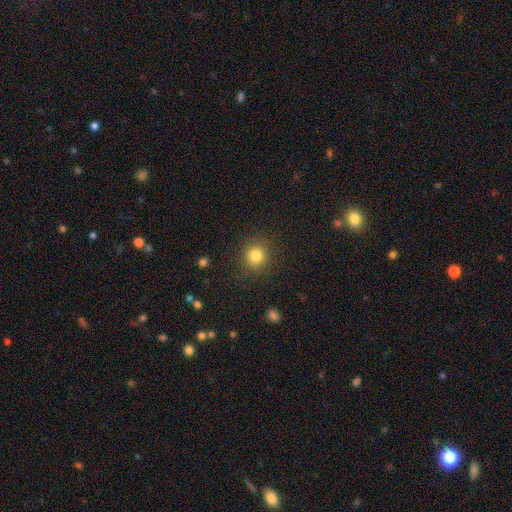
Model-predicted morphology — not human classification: Smooth or featured? smooth (82%)
How rounded? round (90%)
Merging? none (88%)